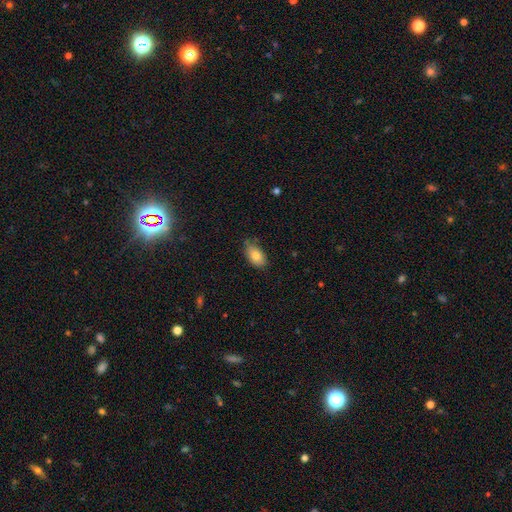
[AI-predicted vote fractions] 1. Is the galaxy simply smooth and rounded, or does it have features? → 80% smooth, 12% featured or disk, 8% star or artifact.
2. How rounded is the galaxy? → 91% in between, 6% round, 2% cigar-shaped.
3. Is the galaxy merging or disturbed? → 70% none, 25% minor disturbance, 4% major disturbance, 2% merger.